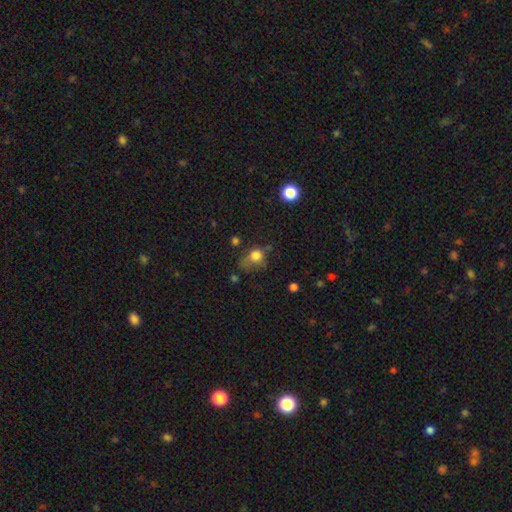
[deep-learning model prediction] smooth_or_featured: smooth (p=0.77) [alt: star or artifact p=0.13]
how_rounded: round (p=0.66) [alt: in between p=0.33]
merging: none (p=0.38) [alt: minor disturbance p=0.30]